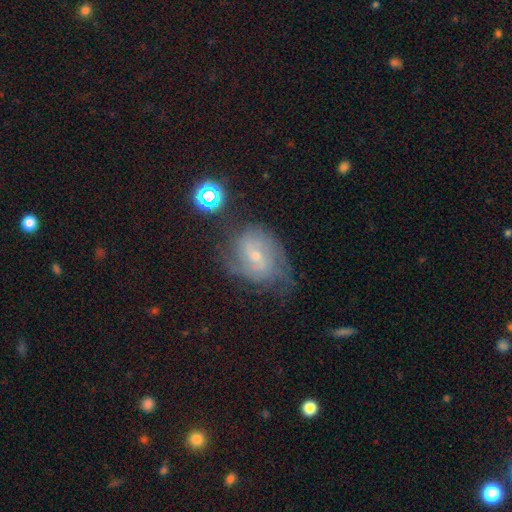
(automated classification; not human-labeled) A featured or disk galaxy (74%) with a weak bar (47%), tight (44%) spiral arms (90%) and a small central bulge (69%). Merging: none (55%).